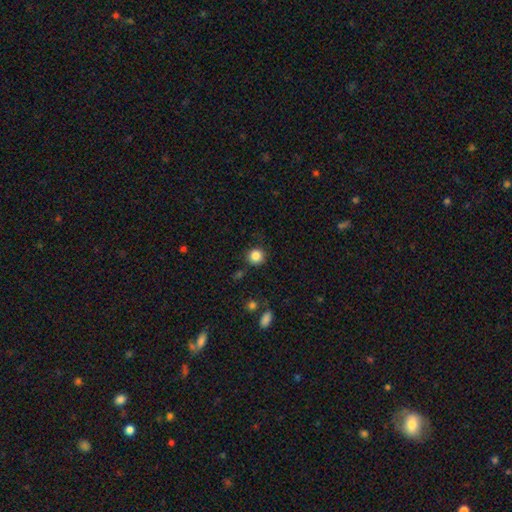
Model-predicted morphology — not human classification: A smooth galaxy with no disk features (85%) that is round (91%). Merging: none (85%).